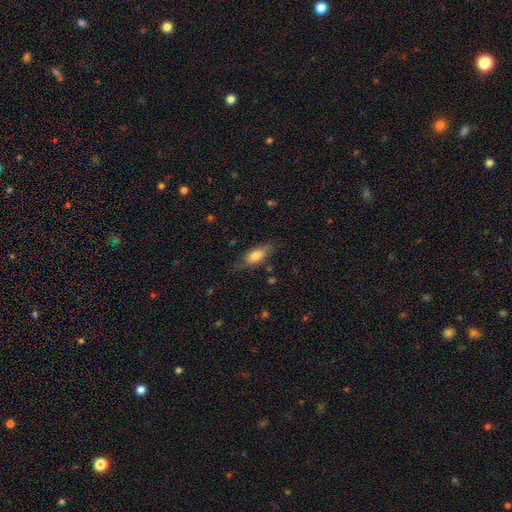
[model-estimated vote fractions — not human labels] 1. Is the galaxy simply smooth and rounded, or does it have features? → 76% smooth, 18% featured or disk, 7% star or artifact.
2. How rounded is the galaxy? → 79% in between, 18% cigar-shaped, 3% round.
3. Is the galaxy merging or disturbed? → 72% none, 20% minor disturbance, 6% major disturbance, 2% merger.